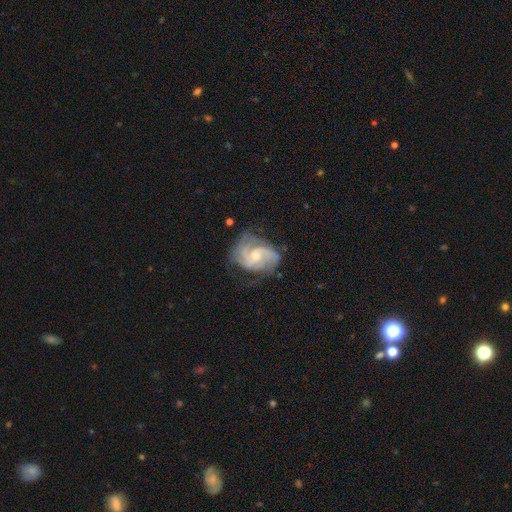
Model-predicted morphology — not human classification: This appears to be a featured or disk galaxy (87%) with no bar (57%), 2 (43%) medium (47%) spiral arms (97%) and a small central bulge (49%). Merging: none (66%).